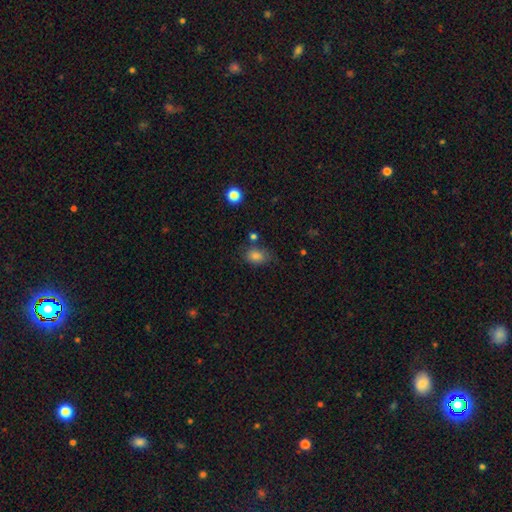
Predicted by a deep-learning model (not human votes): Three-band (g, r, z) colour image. It shows a smooth galaxy with no disk features (83%) that is in between round and cigar-shaped (69%). Merging: none (64%).